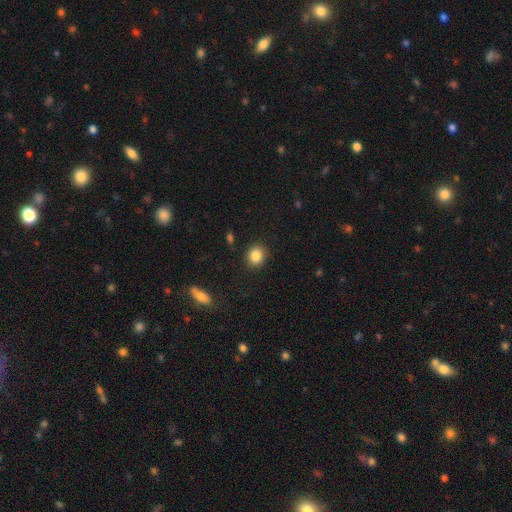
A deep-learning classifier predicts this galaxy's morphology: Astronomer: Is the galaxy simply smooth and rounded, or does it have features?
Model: smooth — 86%.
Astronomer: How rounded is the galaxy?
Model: round — 78%.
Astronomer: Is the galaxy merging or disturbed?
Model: none — 88%.